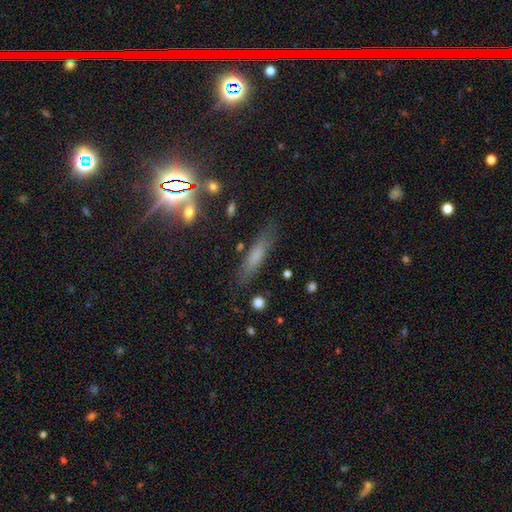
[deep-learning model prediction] The model was most divided on "smooth or featured": smooth: 62%, featured or disk: 22%, star or artifact: 16%. More confident: merging — none (81%); how rounded — cigar-shaped (77%).